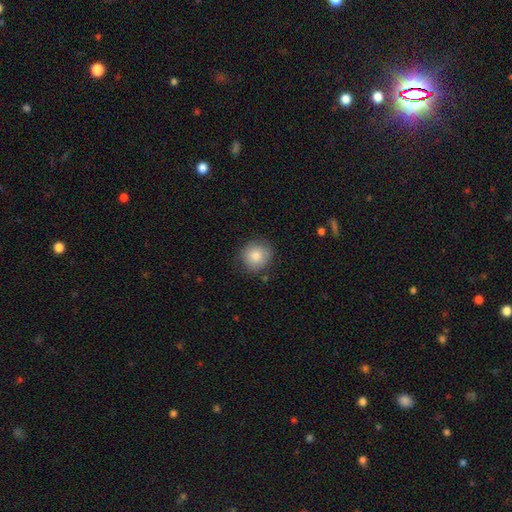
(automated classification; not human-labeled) Q: Smooth or featured?
A: smooth (82%); runner-up: featured or disk (9%)
Q: How rounded?
A: round (85%); runner-up: in between (14%)
Q: Merging?
A: none (80%); runner-up: minor disturbance (15%)